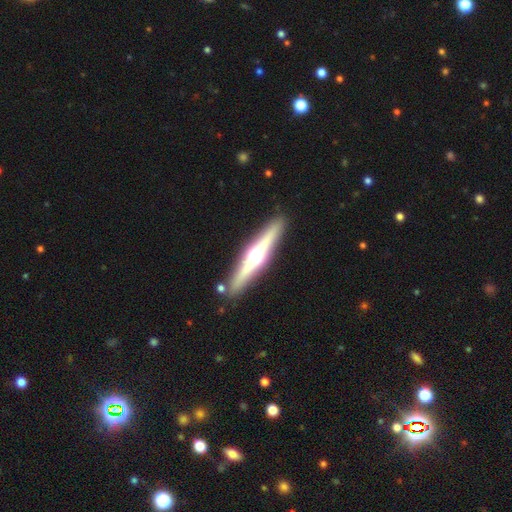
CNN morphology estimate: Overall: featured or disk (72%). Edge-on disk: yes (97%). Edge-on bulge: rounded (94%). Merging: none (88%).